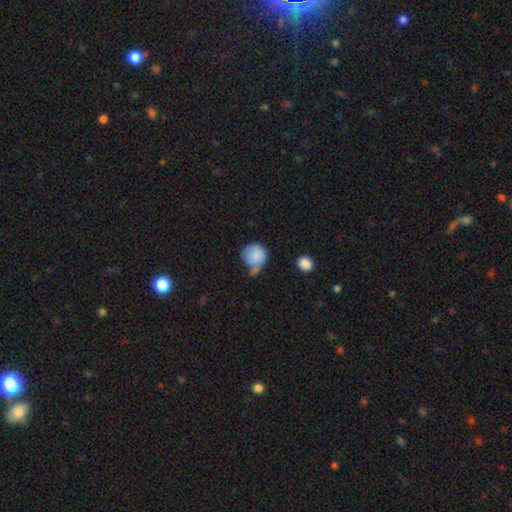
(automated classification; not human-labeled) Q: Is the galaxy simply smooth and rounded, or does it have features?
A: smooth — 83%.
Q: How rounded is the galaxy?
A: round — 84%.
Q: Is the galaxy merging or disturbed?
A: none — 36%.